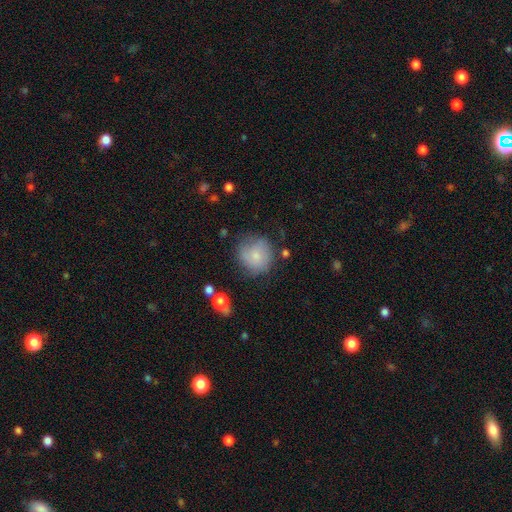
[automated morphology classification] This appears to be a smooth galaxy with no disk features (75%) that is round (87%). Merging: none (63%).